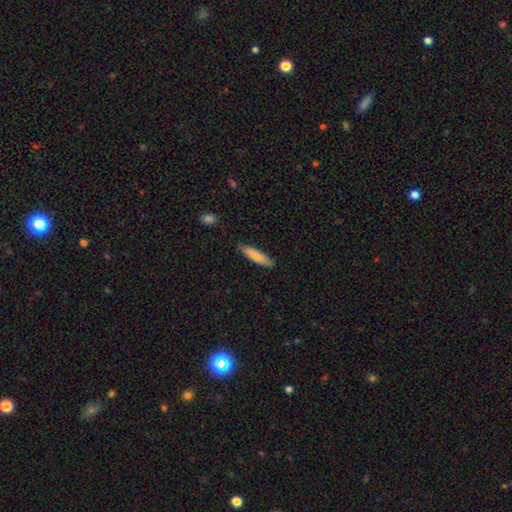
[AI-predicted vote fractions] This is clearly a smooth galaxy (81%). How rounded: likely cigar-shaped (78%). Merging: clearly none (85%).